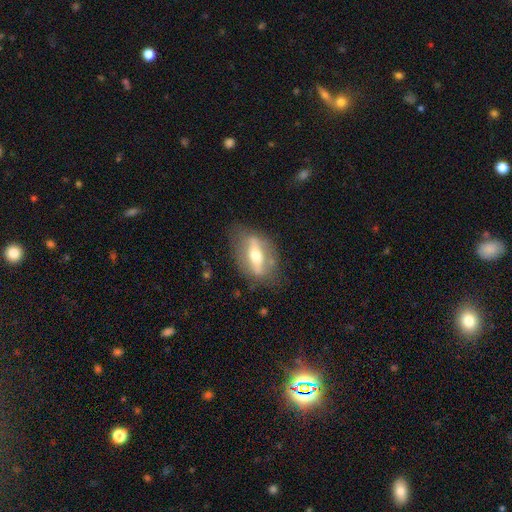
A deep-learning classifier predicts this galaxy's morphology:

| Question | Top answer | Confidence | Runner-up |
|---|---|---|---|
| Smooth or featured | featured or disk | 65% | smooth (29%) |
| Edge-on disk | no | 58% | yes (42%) |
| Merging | none | 71% | minor disturbance (18%) |